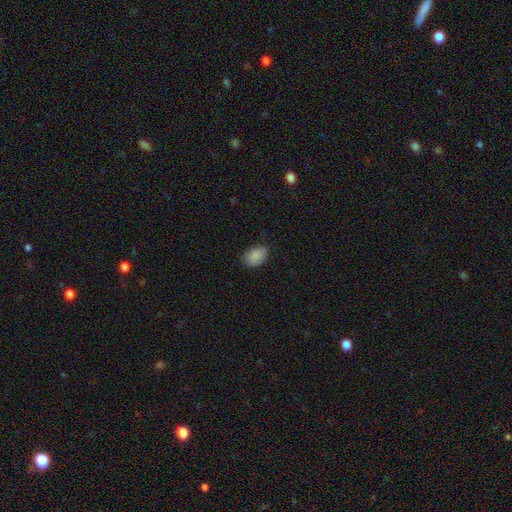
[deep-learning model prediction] Smooth or featured: smooth — 87% (star or artifact — 7%)
How rounded: in between — 82% (round — 17%)
Merging: none — 74% (minor disturbance — 21%)